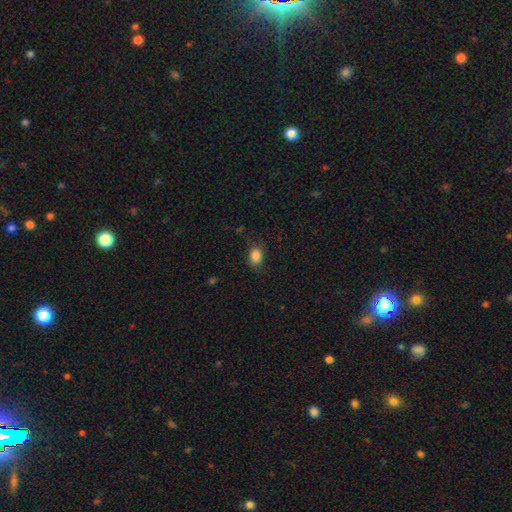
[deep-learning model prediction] A smooth galaxy with no disk features (85%) that is in between round and cigar-shaped (63%).

Vote fractions:
- Smooth or featured? smooth: 85% / star or artifact: 10% / featured or disk: 5%
- How rounded? in between: 63% / round: 36% / cigar-shaped: 1%
- Merging? none: 82% / minor disturbance: 13% / major disturbance: 4% / merger: 1%